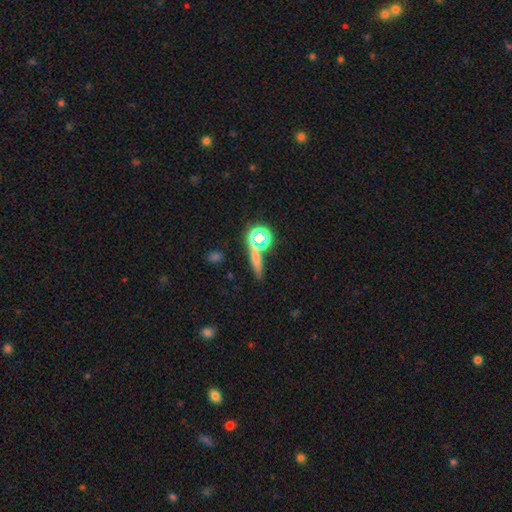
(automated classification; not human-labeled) Morphology: type=smooth (53%); roundness=cigar-shaped (65%); merging=none (69%).